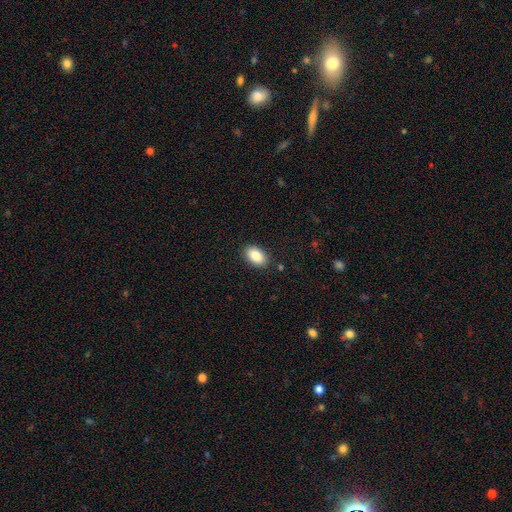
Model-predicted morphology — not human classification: The model was most divided on "smooth or featured": smooth: 87%, star or artifact: 7%, featured or disk: 6%. More confident: how rounded — in between (91%); merging — none (88%).